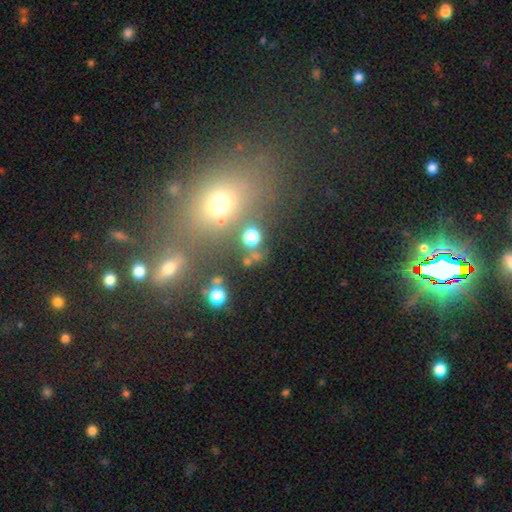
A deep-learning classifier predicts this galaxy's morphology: A smooth galaxy with no disk features (60%) that is round (74%).

Vote fractions:
- Smooth or featured? smooth: 60% / star or artifact: 28% / featured or disk: 11%
- How rounded? round: 74% / in between: 23% / cigar-shaped: 3%
- Merging? none: 69% / merger: 16% / minor disturbance: 9% / major disturbance: 6%